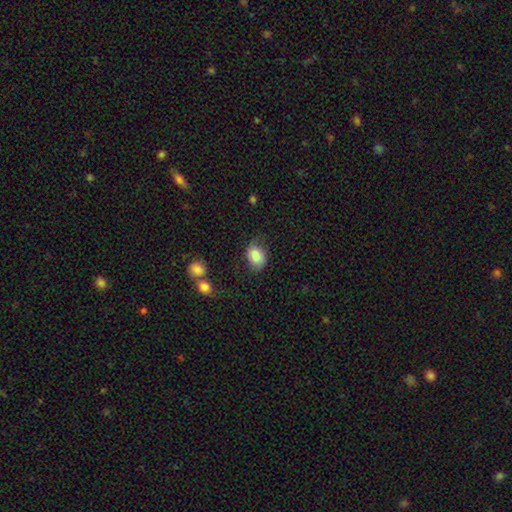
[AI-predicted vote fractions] smooth-or-featured: smooth: 83% | featured or disk: 9% | star or artifact: 8%
  how-rounded: in between: 72% | round: 27% | cigar-shaped: 1%
  merging: none: 63% | minor disturbance: 26% | major disturbance: 8% | merger: 3%